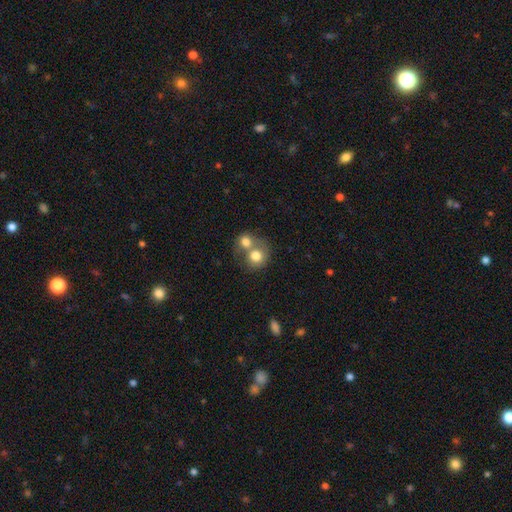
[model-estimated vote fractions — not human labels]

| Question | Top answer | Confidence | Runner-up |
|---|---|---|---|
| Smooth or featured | smooth | 75% | featured or disk (17%) |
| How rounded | round | 76% | in between (23%) |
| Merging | merger | 67% | none (24%) |